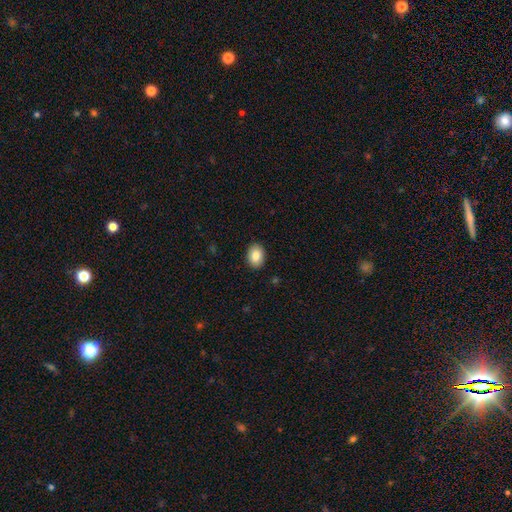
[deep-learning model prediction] smooth 85%, featured or disk 8%, star or artifact 8%. Down the decision tree: how rounded — in between (72%); merging — none (90%).